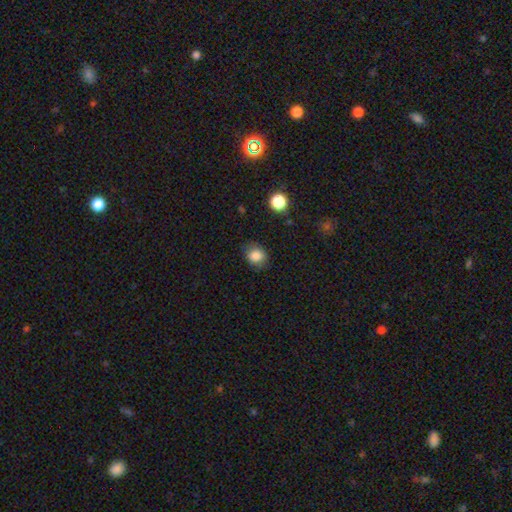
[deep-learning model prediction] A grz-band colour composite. It shows a smooth galaxy with no disk features (84%) that is round (61%). Merging: none (77%).